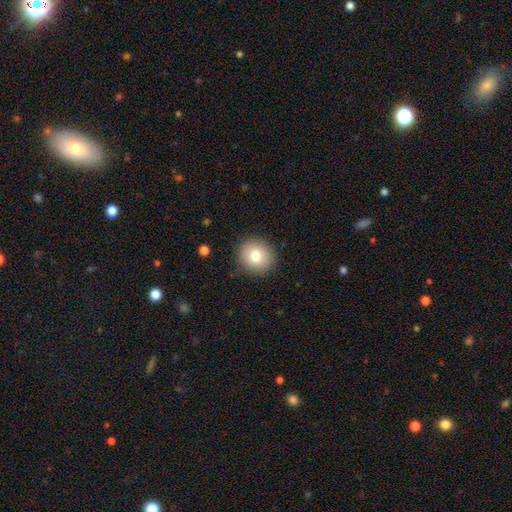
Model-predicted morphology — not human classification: A smooth galaxy with no disk features (79%) that is round (87%).

Vote fractions:
- Smooth or featured? smooth: 79% / featured or disk: 11% / star or artifact: 10%
- How rounded? round: 87% / in between: 12% / cigar-shaped: 1%
- Merging? none: 89% / minor disturbance: 8% / major disturbance: 2% / merger: 1%